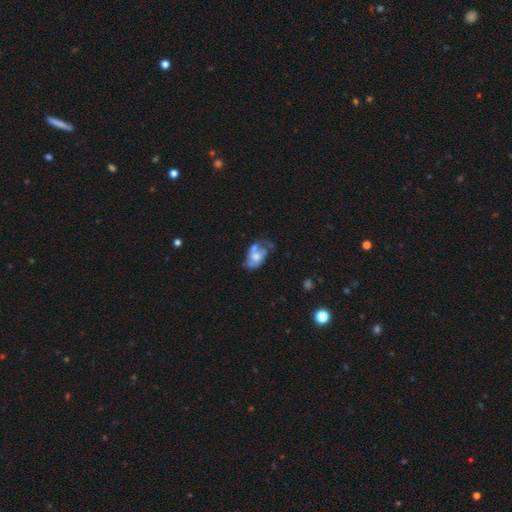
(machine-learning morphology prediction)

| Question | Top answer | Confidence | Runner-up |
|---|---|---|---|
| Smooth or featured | featured or disk | 57% | smooth (35%) |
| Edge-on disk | no | 96% | yes (4%) |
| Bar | no | 78% | weak (18%) |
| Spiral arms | no | 57% | yes (43%) |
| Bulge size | moderate | 49% | small (20%) |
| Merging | merger | 30% | none (27%) |